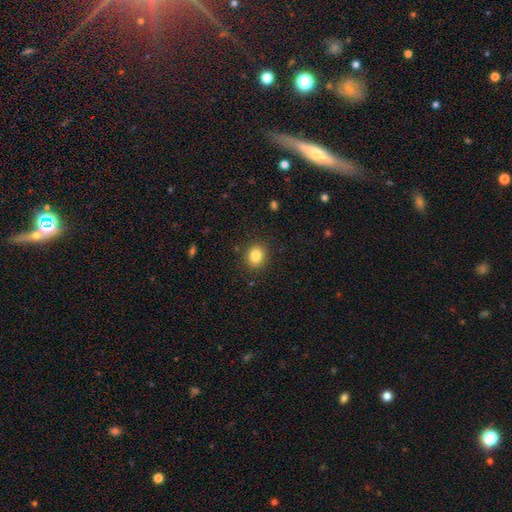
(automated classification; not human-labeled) Q: Smooth or featured?
A: smooth (82%); runner-up: star or artifact (11%)
Q: How rounded?
A: round (70%); runner-up: in between (29%)
Q: Merging?
A: none (89%); runner-up: minor disturbance (7%)